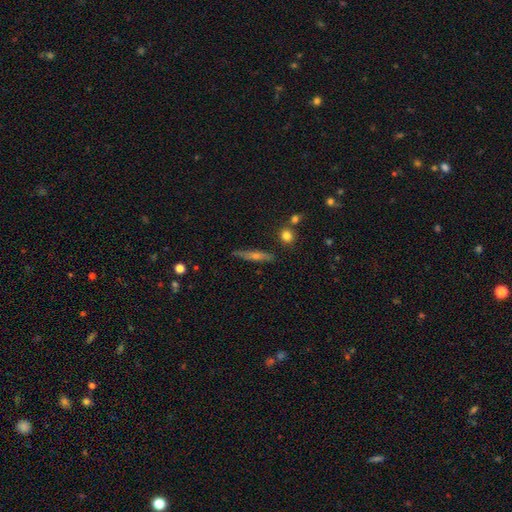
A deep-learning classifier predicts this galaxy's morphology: featured or disk 54%, smooth 36%, star or artifact 10%. Down the decision tree: edge-on disk — yes (93%); edge-on bulge — rounded (73%); merging — none (85%).